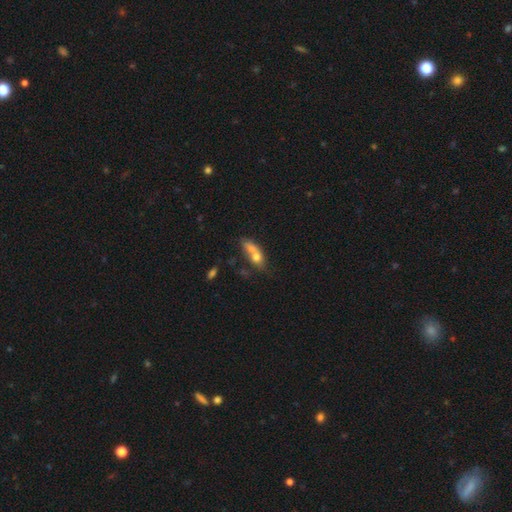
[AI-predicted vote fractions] smooth-or-featured: smooth: 63% | featured or disk: 26% | star or artifact: 11%
  how-rounded: in between: 61% | cigar-shaped: 21% | round: 18%
  merging: merger: 52% | none: 25% | minor disturbance: 13% | major disturbance: 10%